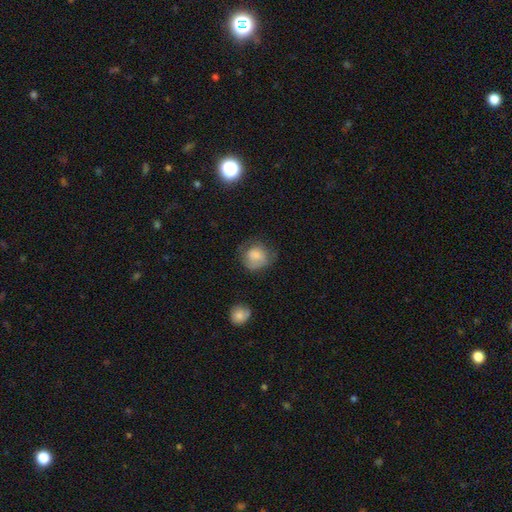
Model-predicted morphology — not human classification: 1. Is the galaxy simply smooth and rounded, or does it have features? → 76% smooth, 15% featured or disk, 8% star or artifact.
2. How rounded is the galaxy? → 79% round, 20% in between, 1% cigar-shaped.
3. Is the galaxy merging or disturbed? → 54% none, 28% minor disturbance, 15% major disturbance, 2% merger.